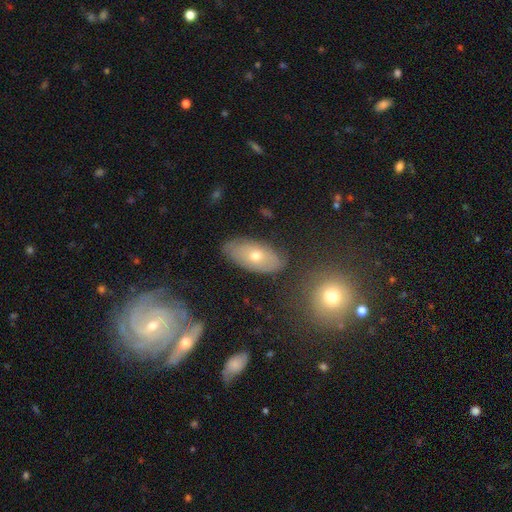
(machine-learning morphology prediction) Overall: smooth (52%; featured or disk 38%). How rounded: in between (89%). Merging: none (76%).